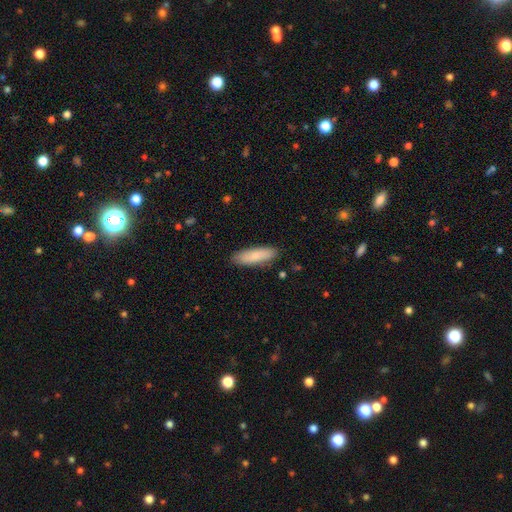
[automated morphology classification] This is clearly a smooth galaxy (82%). How rounded: possibly cigar-shaped (55%). Merging: clearly none (87%).